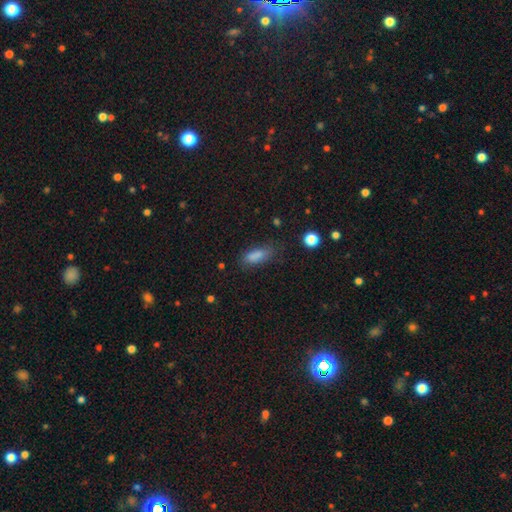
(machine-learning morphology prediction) A smooth galaxy with no disk features (82%) that is in between round and cigar-shaped (72%). Merging: none (61%).